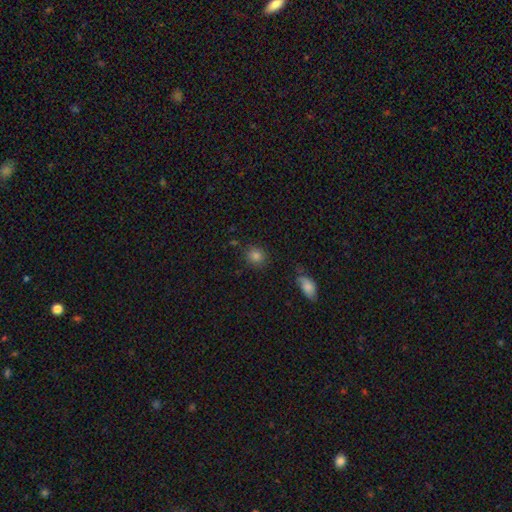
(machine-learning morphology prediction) Smooth or featured? smooth (82%)
How rounded? round (79%)
Merging? none (81%)